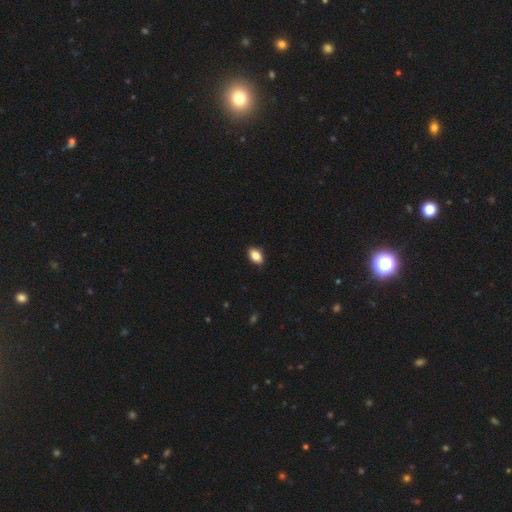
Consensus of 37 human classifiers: Smooth or featured? 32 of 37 (86%) said smooth. How rounded? 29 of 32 (91%) said in between. Merging? 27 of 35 (77%) said none.